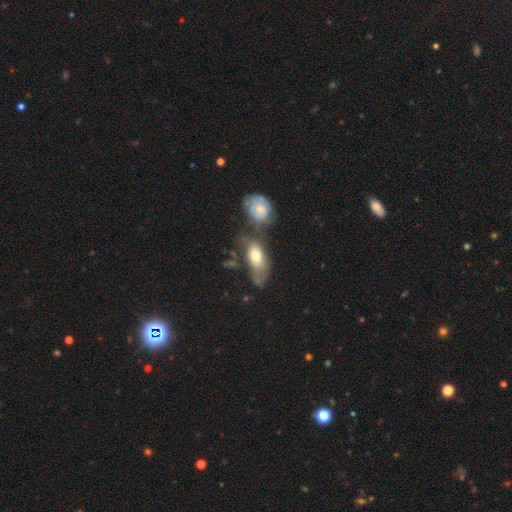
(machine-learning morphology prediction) smooth-or-featured: smooth: 63% | featured or disk: 29% | star or artifact: 8%
  how-rounded: in between: 87% | cigar-shaped: 7% | round: 6%
  merging: merger: 31% | none: 25% | minor disturbance: 23% | major disturbance: 20%